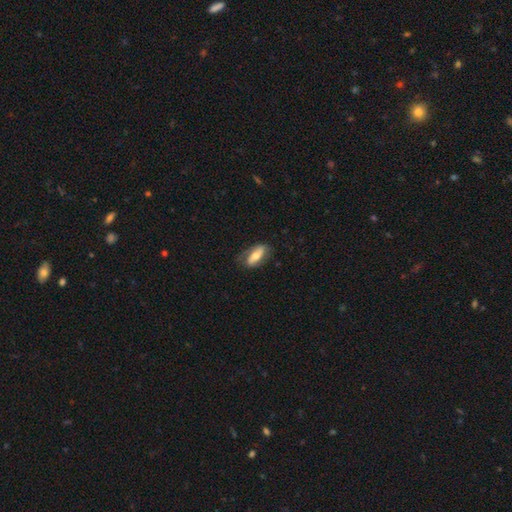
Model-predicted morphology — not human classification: smooth 48%, featured or disk 46%, star or artifact 6%. Down the decision tree: merging — none (68%).